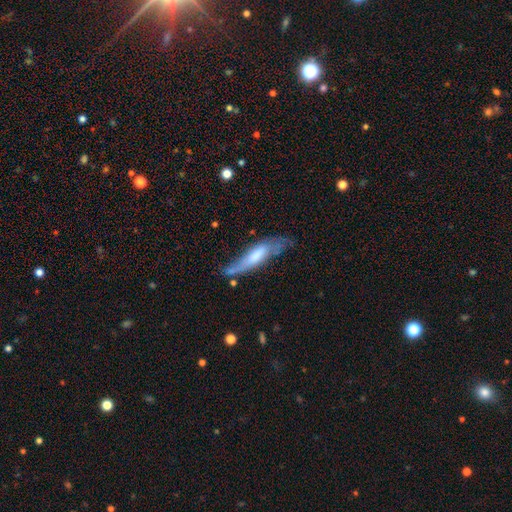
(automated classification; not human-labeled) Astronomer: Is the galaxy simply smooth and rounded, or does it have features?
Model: smooth — 55% (runner-up: featured or disk, 39%).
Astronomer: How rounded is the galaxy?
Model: cigar-shaped — 66%.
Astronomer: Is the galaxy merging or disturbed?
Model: none — 43% (runner-up: minor disturbance, 32%).